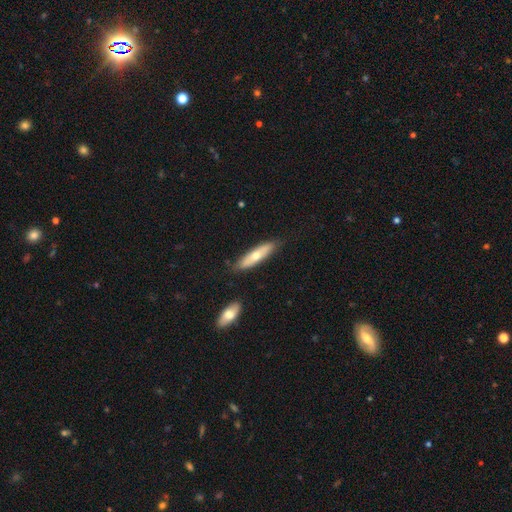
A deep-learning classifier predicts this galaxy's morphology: The model was most divided on "smooth or featured": smooth: 56%, featured or disk: 38%, star or artifact: 7%. More confident: merging — none (83%); how rounded — cigar-shaped (72%).